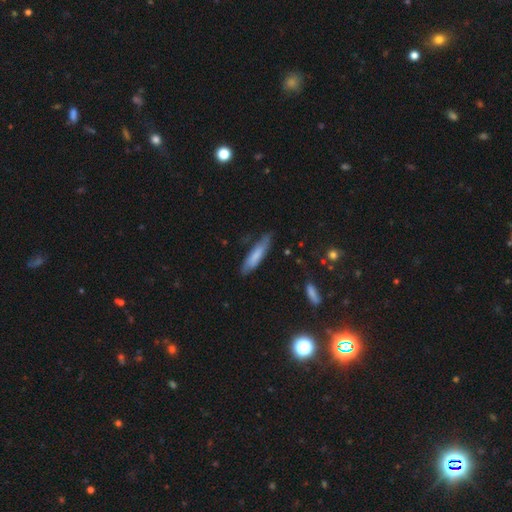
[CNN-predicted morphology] type=smooth (68%); roundness=cigar-shaped (78%); merging=none (74%).